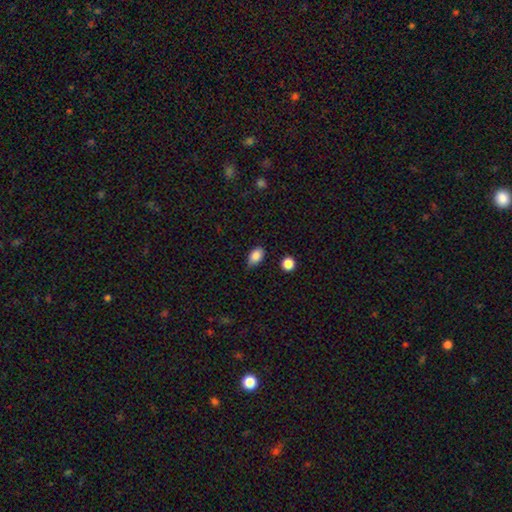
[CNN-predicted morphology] The model was most divided on "merging": none: 70%, minor disturbance: 24%, major disturbance: 4%, merger: 2%. More confident: how rounded — in between (86%); smooth or featured — smooth (86%).